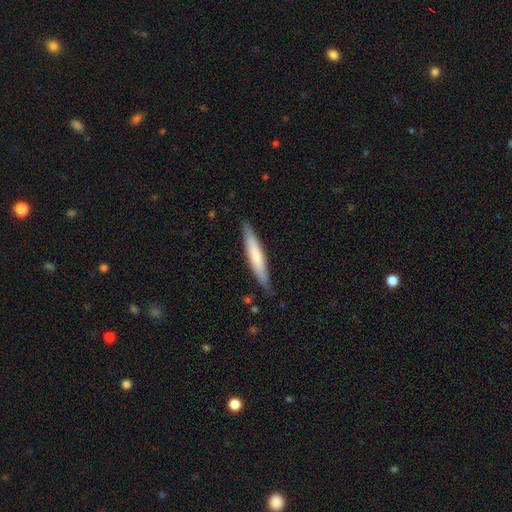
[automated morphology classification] Smooth or featured? Predicted: smooth (p=0.65). How rounded? Predicted: cigar-shaped (p=0.92). Merging? Predicted: none (p=0.85).